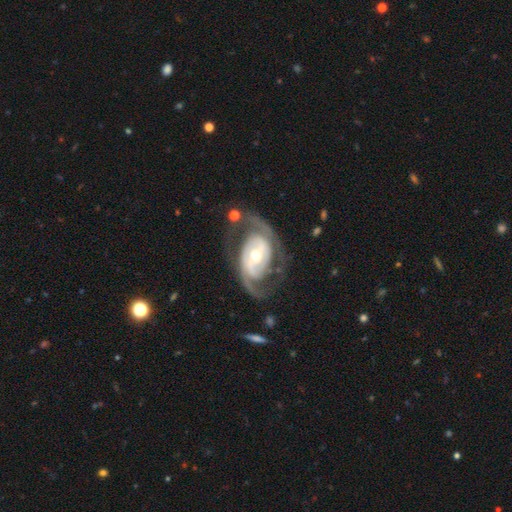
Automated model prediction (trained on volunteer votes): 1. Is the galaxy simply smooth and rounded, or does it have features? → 88% featured or disk, 8% smooth, 4% star or artifact.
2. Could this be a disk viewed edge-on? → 96% no, 4% yes.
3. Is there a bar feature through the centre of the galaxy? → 37% no, 34% weak, 29% strong.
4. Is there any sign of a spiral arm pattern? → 93% yes, 7% no.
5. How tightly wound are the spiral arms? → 48% medium, 31% tight, 20% loose.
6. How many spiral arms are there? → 84% 2, 6% can't tell, 4% 1, 3% 3, 1% 4, 1% more than 4.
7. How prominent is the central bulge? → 57% moderate, 35% small, 5% large, 1% dominant, 1% none.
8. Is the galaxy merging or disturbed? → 67% none, 15% major disturbance, 15% minor disturbance, 3% merger.